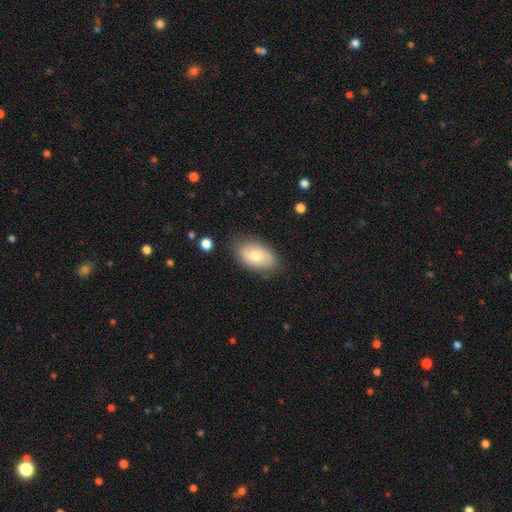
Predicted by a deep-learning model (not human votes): This appears to be a smooth galaxy with no disk features (71%) that is in between round and cigar-shaped (92%). Merging: none (78%).